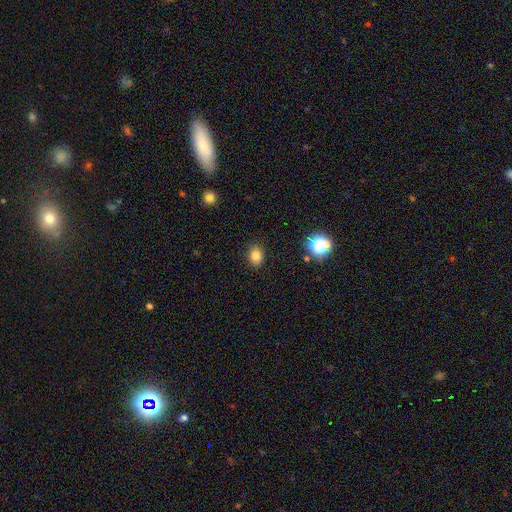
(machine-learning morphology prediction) The model was most divided on "how rounded": in between: 58%, round: 42%, cigar-shaped: 1%. More confident: merging — none (87%); smooth or featured — smooth (80%).